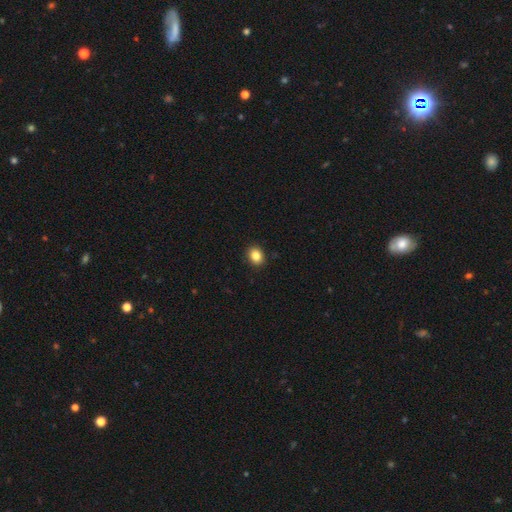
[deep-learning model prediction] Smooth or featured? Predicted: smooth (p=0.85). How rounded? Predicted: round (p=0.58). Merging? Predicted: none (p=0.91).